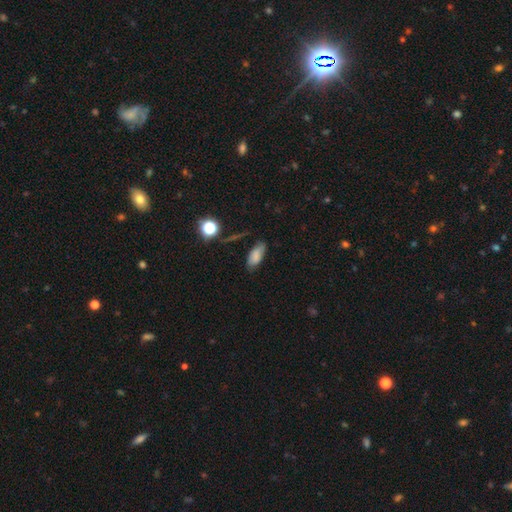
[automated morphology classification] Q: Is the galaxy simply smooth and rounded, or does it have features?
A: smooth — 78%.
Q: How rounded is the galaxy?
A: in between — 88%.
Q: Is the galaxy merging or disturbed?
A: none — 72%.